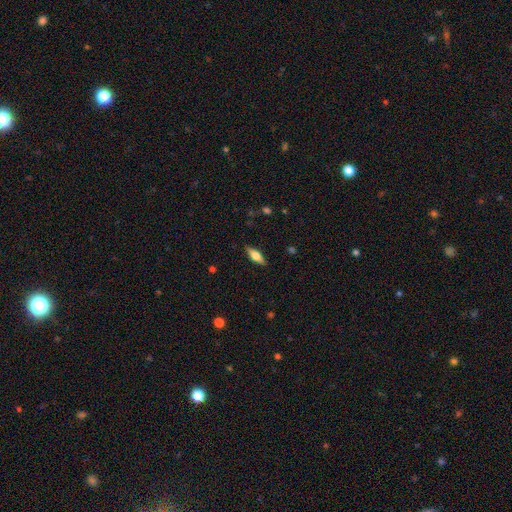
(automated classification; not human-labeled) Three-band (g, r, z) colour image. It shows a smooth galaxy with no disk features (55%) that is in between round and cigar-shaped (60%). Merging: none (86%).